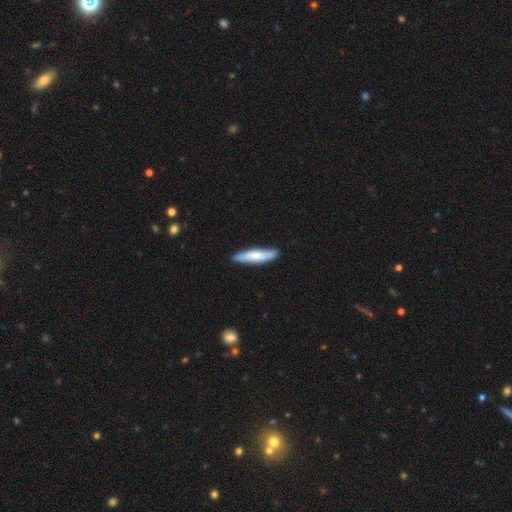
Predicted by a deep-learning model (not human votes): Smooth or featured: smooth — 66% (featured or disk — 29%)
How rounded: cigar-shaped — 84% (in between — 15%)
Merging: none — 86% (minor disturbance — 11%)